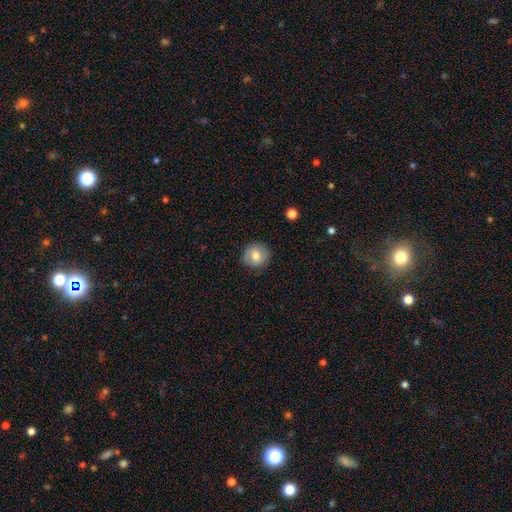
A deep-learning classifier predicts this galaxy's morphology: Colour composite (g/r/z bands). It shows a smooth galaxy with no disk features (75%) that is round (89%). Merging: none (85%).